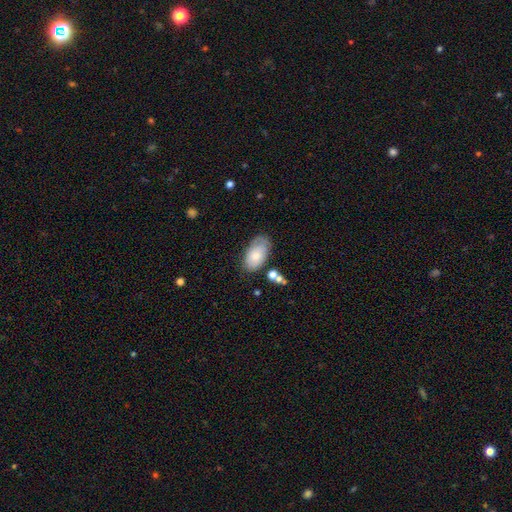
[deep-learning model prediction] Q: Smooth or featured?
A: smooth (71%); runner-up: featured or disk (22%)
Q: How rounded?
A: in between (93%); runner-up: round (5%)
Q: Merging?
A: none (66%); runner-up: minor disturbance (23%)